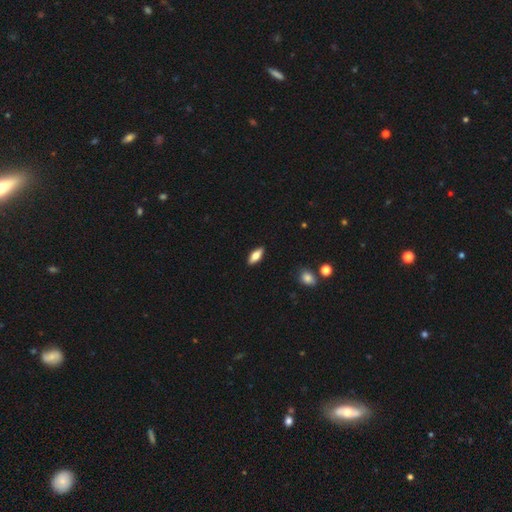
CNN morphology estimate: This appears to be a smooth galaxy with no disk features (64%) that is in between round and cigar-shaped (71%). Merging: none (89%).